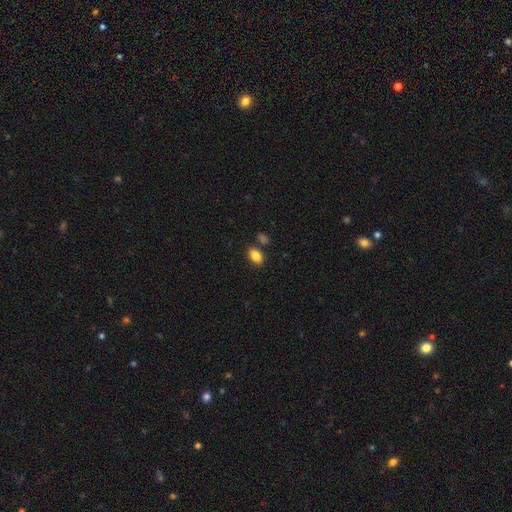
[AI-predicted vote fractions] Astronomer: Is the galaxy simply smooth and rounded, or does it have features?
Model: smooth — 86%.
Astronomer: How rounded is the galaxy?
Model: in between — 86%.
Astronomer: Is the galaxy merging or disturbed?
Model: none — 78%.